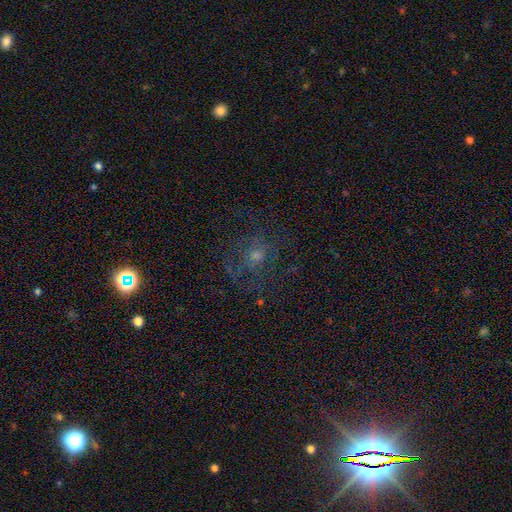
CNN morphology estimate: A featured or disk galaxy (43%). Merging: none (64%).